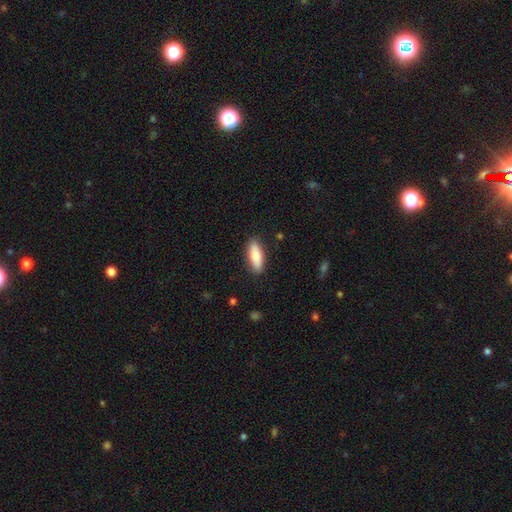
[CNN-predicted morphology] Overall: smooth (80%). How rounded: in between (67%; cigar-shaped 31%). Merging: none (87%).